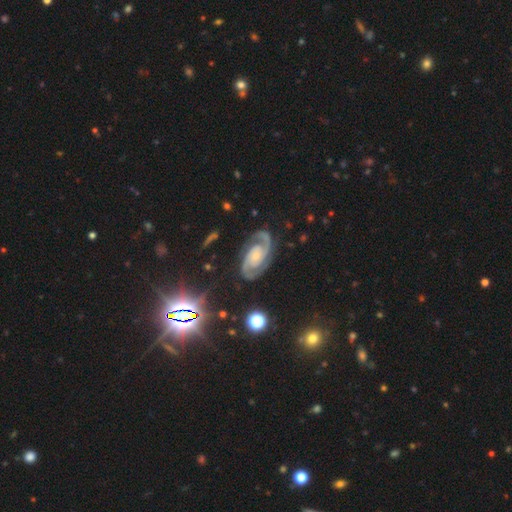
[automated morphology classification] Smooth or featured? Predicted: featured or disk (p=0.91). Edge-on disk? Predicted: no (p=0.98). Bar? Predicted: no (p=0.64). Spiral arms? Predicted: yes (p=0.98). Spiral winding? Predicted: medium (p=0.47). Spiral arm count? Predicted: 2 (p=0.93). Bulge size? Predicted: small (p=0.58). Merging? Predicted: none (p=0.80).